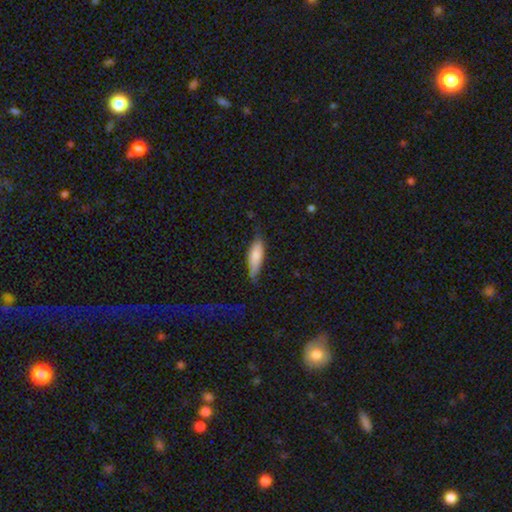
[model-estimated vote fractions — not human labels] Overall: smooth (77%). How rounded: in between (56%; cigar-shaped 42%). Merging: none (59%; minor disturbance 30%).